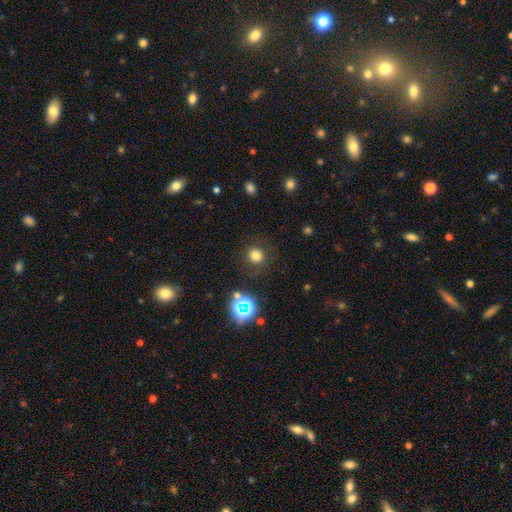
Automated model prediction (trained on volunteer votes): Overall: smooth (74%). How rounded: round (92%). Merging: none (85%).